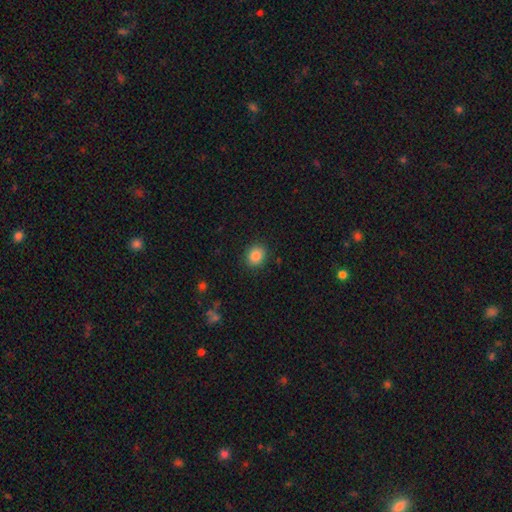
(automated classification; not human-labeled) smooth-or-featured: smooth: 86% | star or artifact: 10% | featured or disk: 4%
  how-rounded: round: 67% | in between: 32% | cigar-shaped: 1%
  merging: none: 89% | minor disturbance: 7% | major disturbance: 2% | merger: 1%